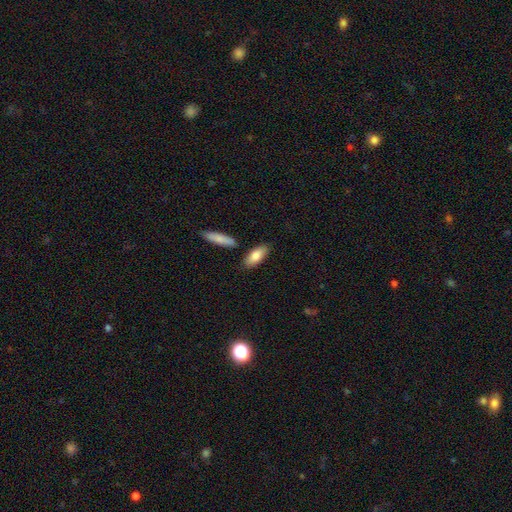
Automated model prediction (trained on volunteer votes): smooth-or-featured: smooth: 82% | featured or disk: 12% | star or artifact: 6%
  how-rounded: in between: 82% | cigar-shaped: 15% | round: 2%
  merging: none: 80% | minor disturbance: 12% | merger: 6% | major disturbance: 2%